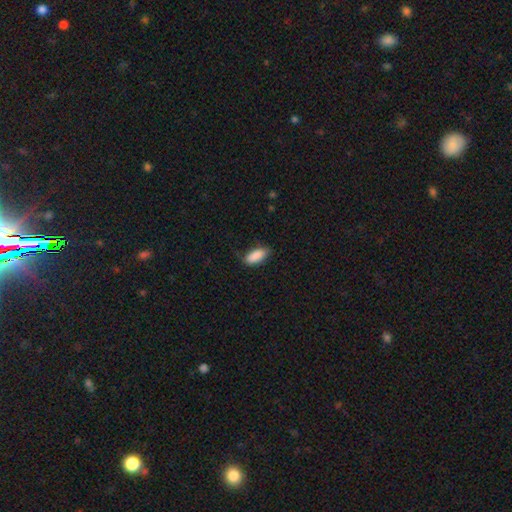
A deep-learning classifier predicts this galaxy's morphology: The model was most divided on "merging": none: 72%, minor disturbance: 22%, major disturbance: 5%, merger: 1%. More confident: smooth or featured — smooth (89%); how rounded — in between (88%).